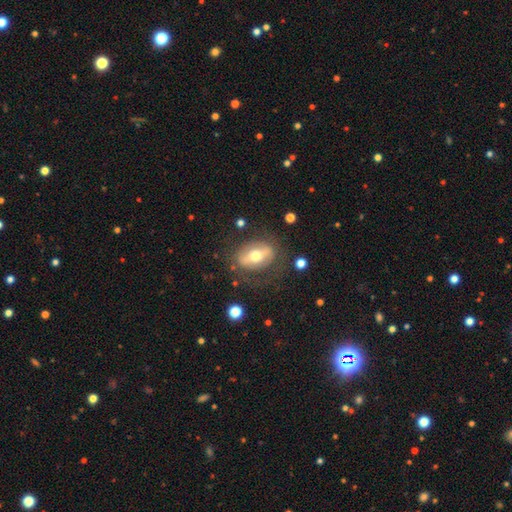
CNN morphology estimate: type=featured or disk (55%); edge-on=no (81%); merging=none (68%).